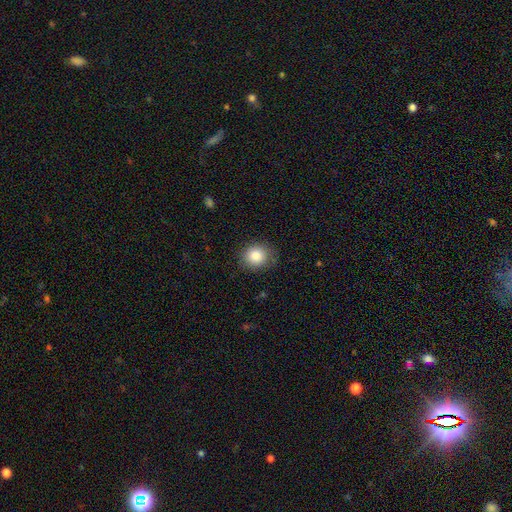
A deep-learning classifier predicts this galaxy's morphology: type=smooth (84%); roundness=round (79%); merging=none (81%).